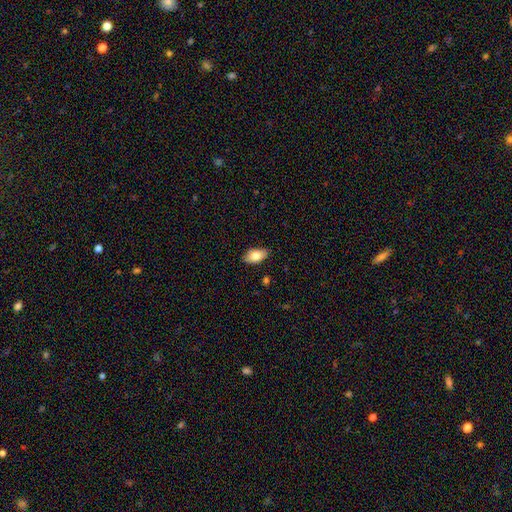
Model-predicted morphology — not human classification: Smooth or featured: smooth — 81% (featured or disk — 13%)
How rounded: in between — 93% (round — 4%)
Merging: none — 85% (minor disturbance — 11%)